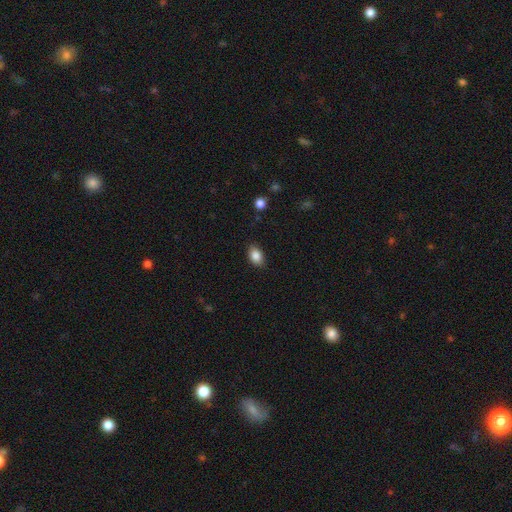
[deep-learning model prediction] smooth-or-featured: smooth: 87% | star or artifact: 8% | featured or disk: 5%
  how-rounded: in between: 84% | round: 15% | cigar-shaped: 1%
  merging: none: 86% | minor disturbance: 11% | major disturbance: 3% | merger: 1%